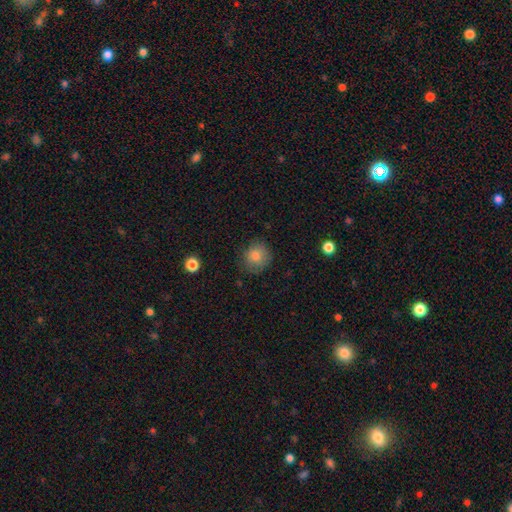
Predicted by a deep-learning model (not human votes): Smooth or featured? Predicted: smooth (p=0.81). How rounded? Predicted: round (p=0.87). Merging? Predicted: none (p=0.79).